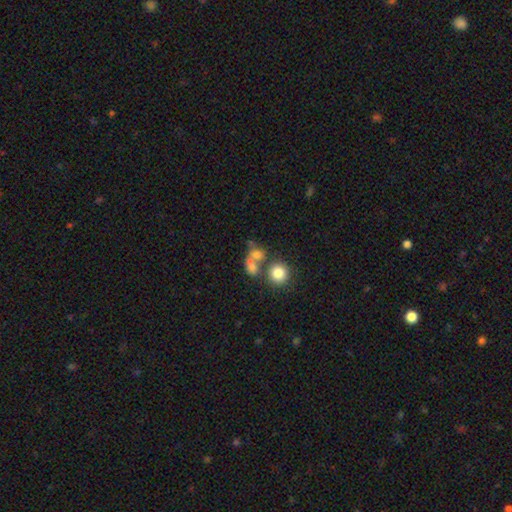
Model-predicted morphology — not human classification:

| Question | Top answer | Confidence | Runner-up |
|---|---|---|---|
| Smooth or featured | smooth | 65% | featured or disk (20%) |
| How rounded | round | 60% | in between (38%) |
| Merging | merger | 48% | none (33%) |